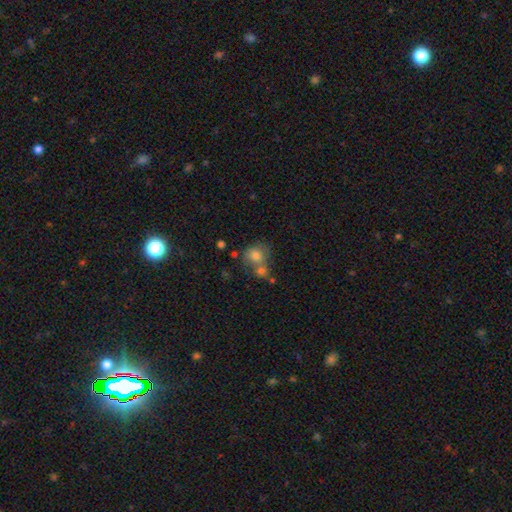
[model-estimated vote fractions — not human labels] Morphology: type=smooth (75%); roundness=round (68%); merging=merger (43%).